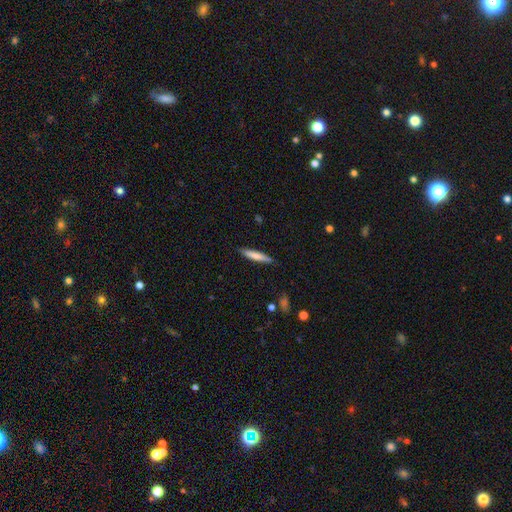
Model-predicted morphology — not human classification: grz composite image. It shows a smooth galaxy with no disk features (71%) that is cigar-shaped (90%). Merging: none (87%).